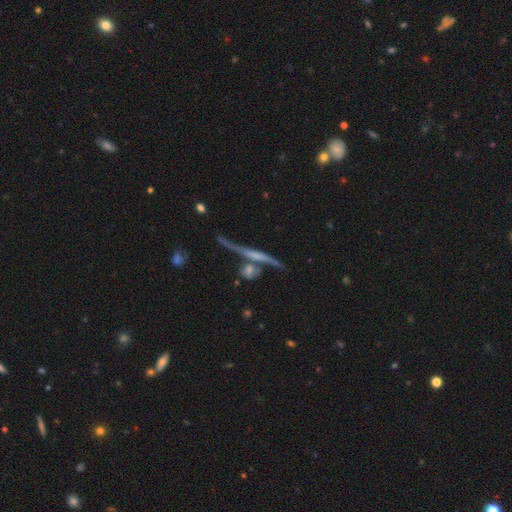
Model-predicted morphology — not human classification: Smooth or featured? featured or disk (74%)
Edge-on disk? yes (93%)
Edge-on bulge? none (45%)
Merging? none (67%)